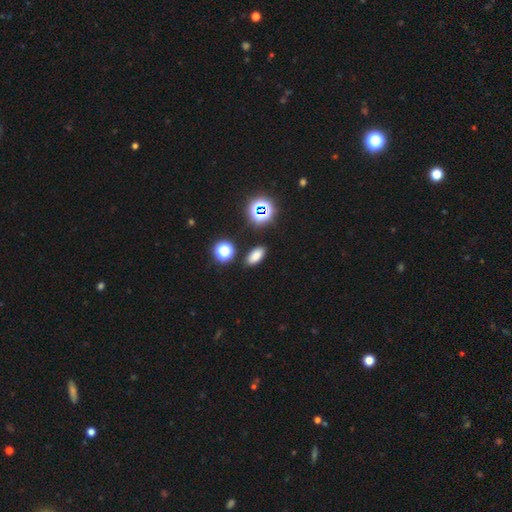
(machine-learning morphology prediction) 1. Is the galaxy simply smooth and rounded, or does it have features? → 76% smooth, 18% star or artifact, 6% featured or disk.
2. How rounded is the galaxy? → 86% in between, 9% round, 6% cigar-shaped.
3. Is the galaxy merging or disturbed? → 87% none, 8% minor disturbance, 3% merger, 2% major disturbance.